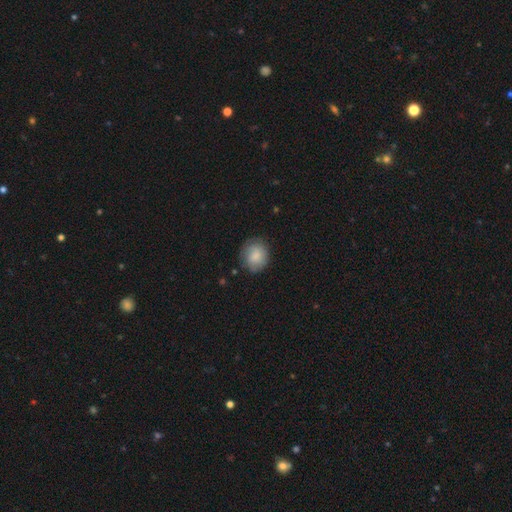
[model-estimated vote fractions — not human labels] Smooth or featured? smooth (83%)
How rounded? round (74%)
Merging? none (78%)